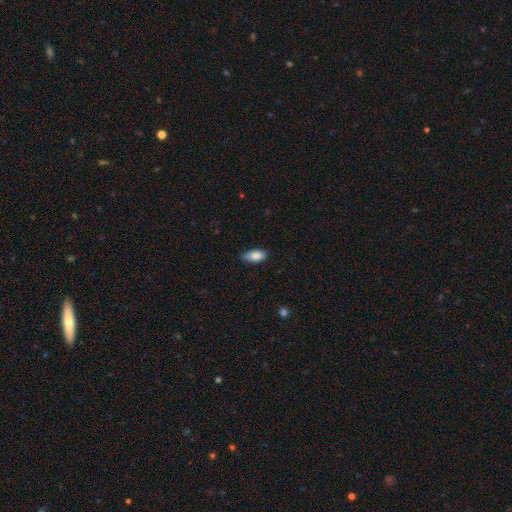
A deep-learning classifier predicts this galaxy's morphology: The model was most divided on "merging": none: 76%, minor disturbance: 20%, major disturbance: 3%, merger: 1%. More confident: how rounded — in between (92%); smooth or featured — smooth (85%).